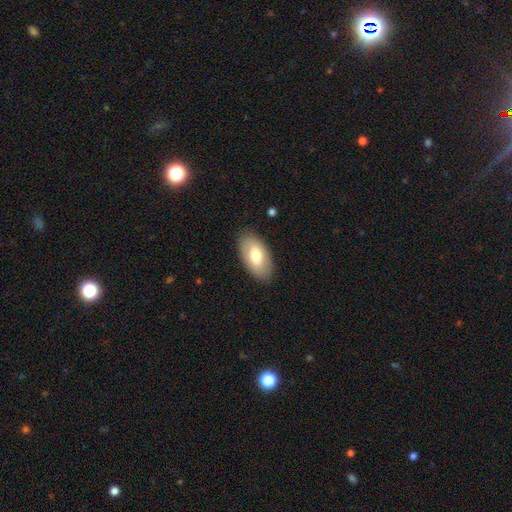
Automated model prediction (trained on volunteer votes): Smooth or featured? smooth (71%)
How rounded? in between (95%)
Merging? none (86%)